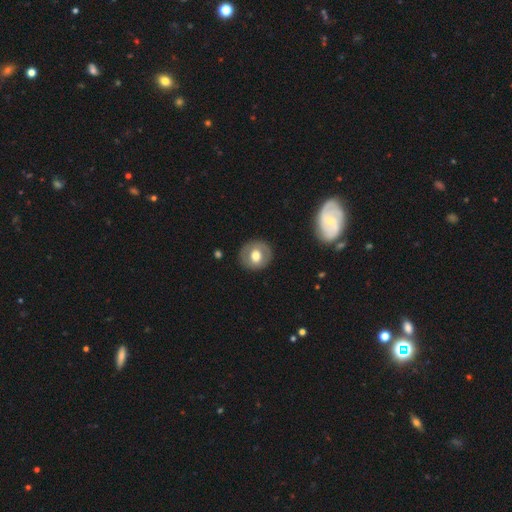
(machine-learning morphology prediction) Q: Smooth or featured?
A: smooth (57%); runner-up: featured or disk (36%)
Q: How rounded?
A: round (84%); runner-up: in between (15%)
Q: Merging?
A: none (86%); runner-up: minor disturbance (9%)